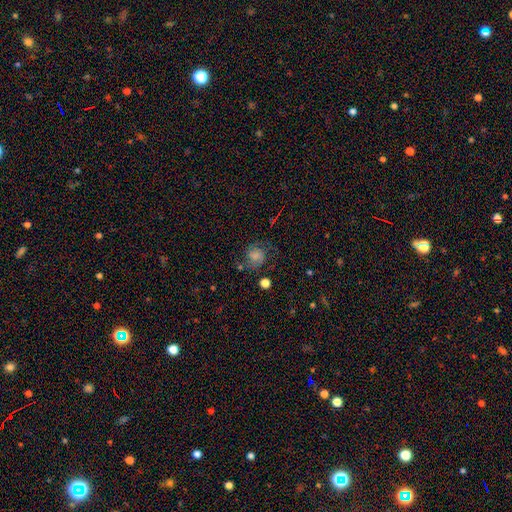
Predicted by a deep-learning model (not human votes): Smooth or featured? Predicted: featured or disk (p=0.49). Merging? Predicted: none (p=0.63).